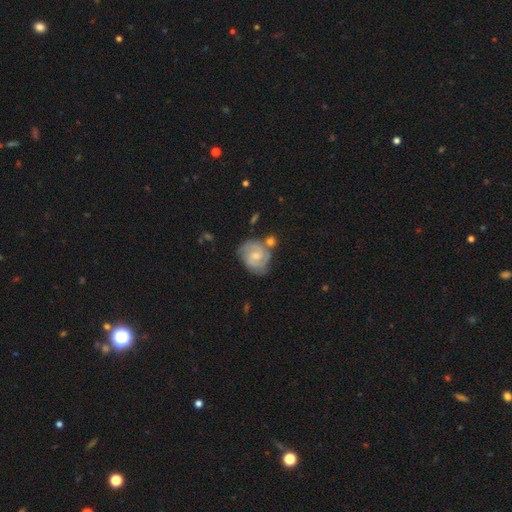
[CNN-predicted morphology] featured or disk 80%, smooth 15%, star or artifact 5%. Down the decision tree: edge-on disk — no (98%); bar — no (53%); spiral arms — yes (96%); spiral arm count — 2 (64%); spiral winding — tight (51%); bulge size — small (56%); merging — none (60%).